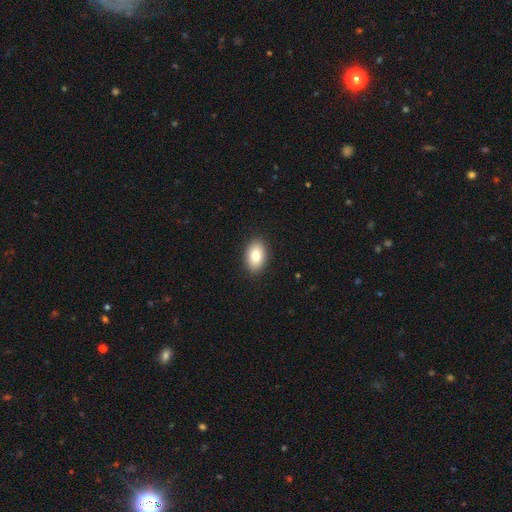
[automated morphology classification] Smooth or featured? Predicted: smooth (p=0.83). How rounded? Predicted: in between (p=0.90). Merging? Predicted: none (p=0.90).